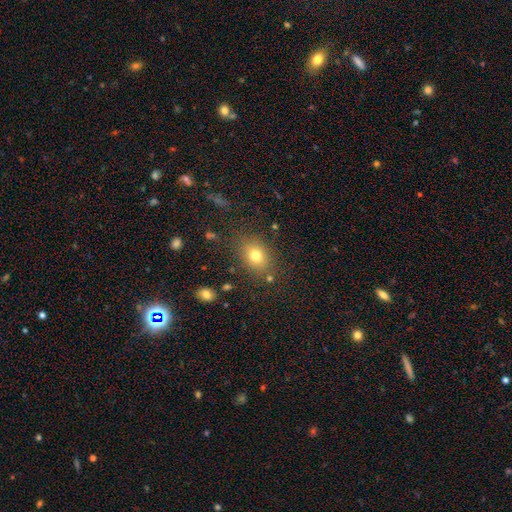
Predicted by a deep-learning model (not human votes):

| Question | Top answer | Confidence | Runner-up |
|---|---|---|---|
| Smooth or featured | smooth | 75% | star or artifact (13%) |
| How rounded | in between | 68% | round (30%) |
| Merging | none | 80% | minor disturbance (12%) |